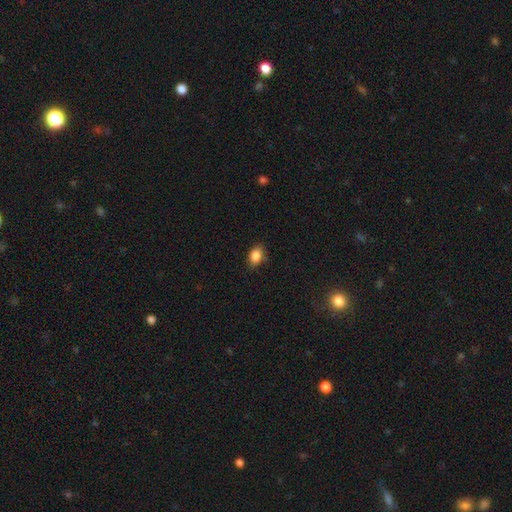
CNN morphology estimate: Smooth or featured?
  - smooth: 87% *
  - star or artifact: 9%
  - featured or disk: 5%
How rounded?
  - in between: 81% *
  - round: 17%
  - cigar-shaped: 2%
Merging?
  - none: 81% *
  - minor disturbance: 15%
  - major disturbance: 3%
  - merger: 1%